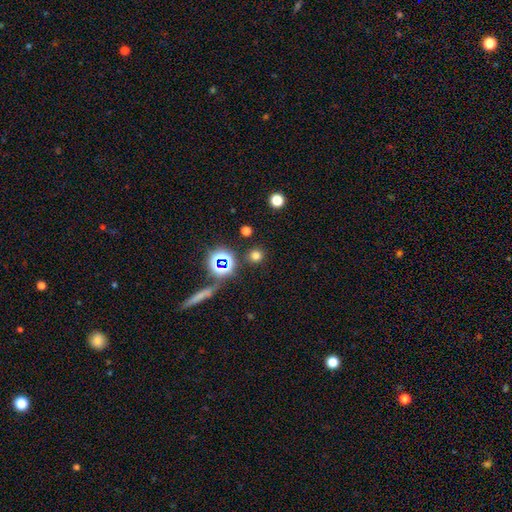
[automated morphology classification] This appears to be a smooth galaxy with no disk features (67%) that is round (92%). Merging: none (88%).